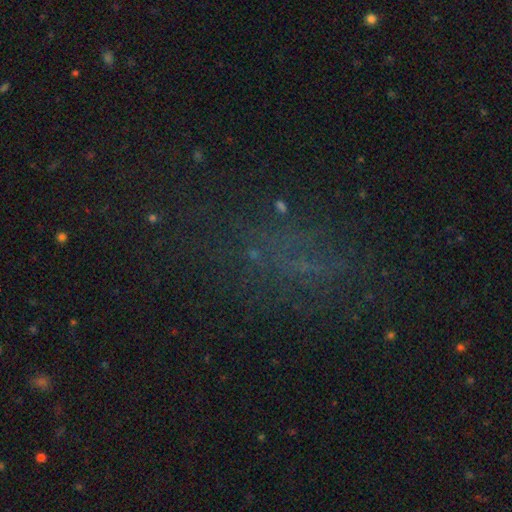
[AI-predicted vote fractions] Smooth or featured: star or artifact — 52% (smooth — 26%)